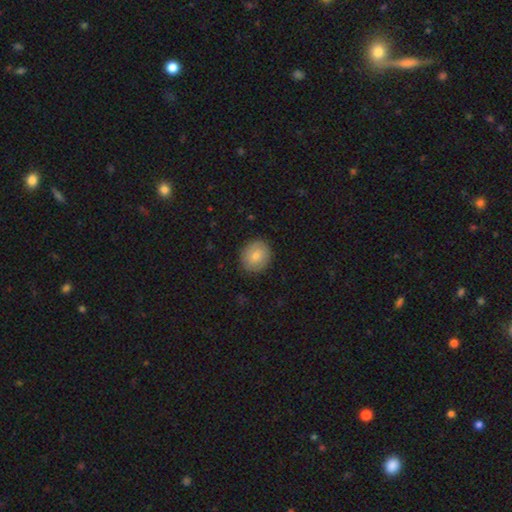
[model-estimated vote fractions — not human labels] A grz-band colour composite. It shows a smooth galaxy with no disk features (79%) that is round (79%). Merging: none (90%).